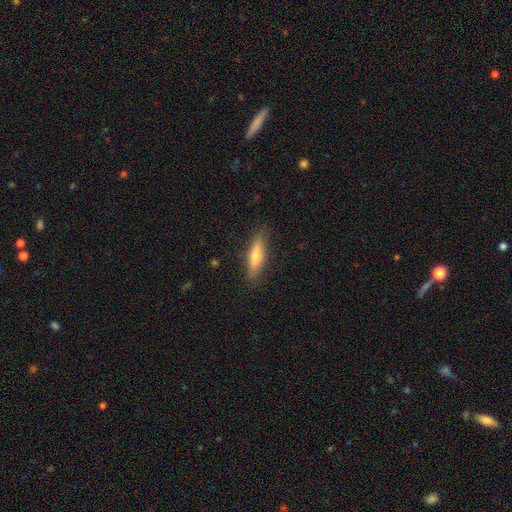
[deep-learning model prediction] Smooth or featured: smooth — 61% (featured or disk — 33%)
How rounded: cigar-shaped — 73% (in between — 25%)
Merging: none — 87% (minor disturbance — 10%)